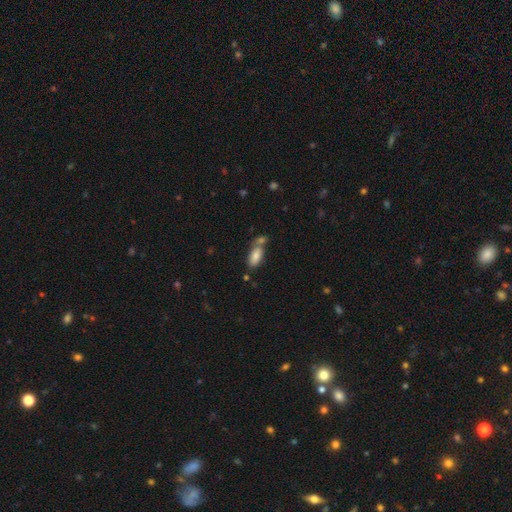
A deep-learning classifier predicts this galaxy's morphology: type=smooth (82%); roundness=in between (88%); merging=none (50%).